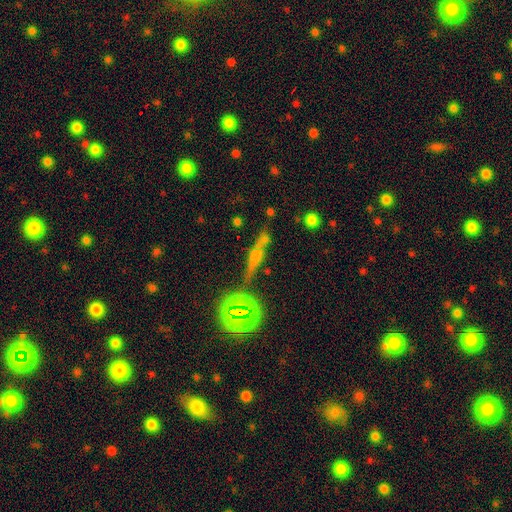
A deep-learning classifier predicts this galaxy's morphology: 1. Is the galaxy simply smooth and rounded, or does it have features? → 42% smooth, 31% featured or disk, 27% star or artifact.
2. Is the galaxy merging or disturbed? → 59% none, 17% merger, 15% minor disturbance, 8% major disturbance.